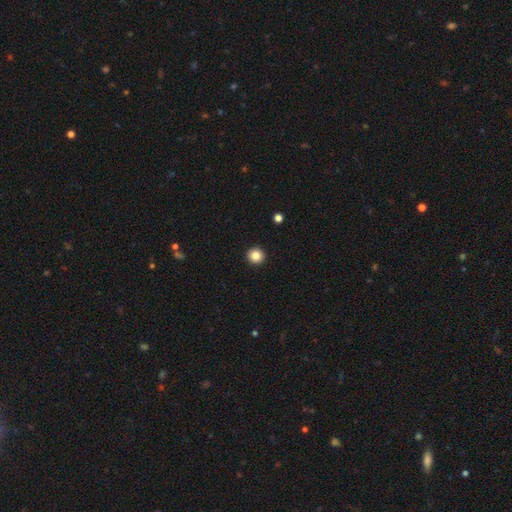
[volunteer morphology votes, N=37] Smooth or featured? 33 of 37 (89%) said smooth. How rounded? 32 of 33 (97%) said round. Merging? 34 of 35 (97%) said none.